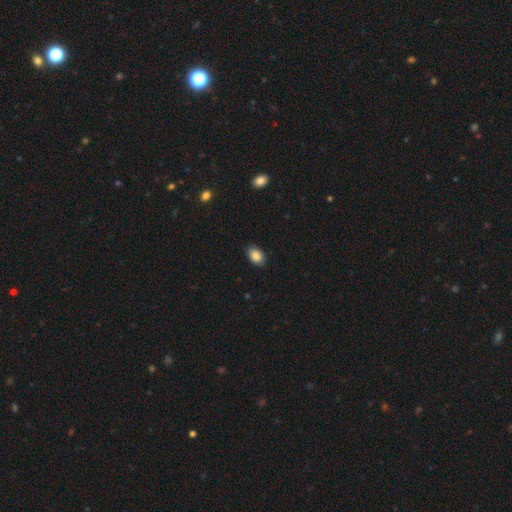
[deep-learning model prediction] Morphology: type=smooth (87%); roundness=in between (82%); merging=none (85%).